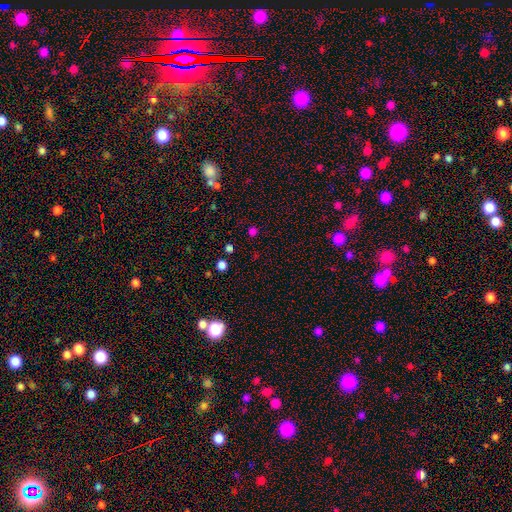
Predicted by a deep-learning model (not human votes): Smooth or featured? smooth (49%)
Merging? none (83%)